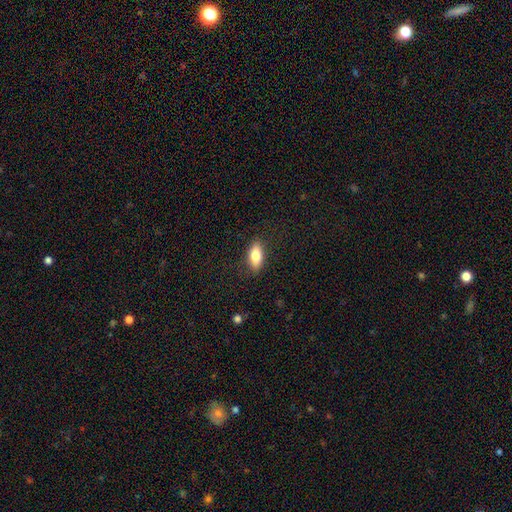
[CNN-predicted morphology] Smooth or featured?
  - smooth: 78% *
  - featured or disk: 15%
  - star or artifact: 7%
How rounded?
  - in between: 81% *
  - cigar-shaped: 16%
  - round: 3%
Merging?
  - none: 87% *
  - minor disturbance: 10%
  - major disturbance: 3%
  - merger: 1%